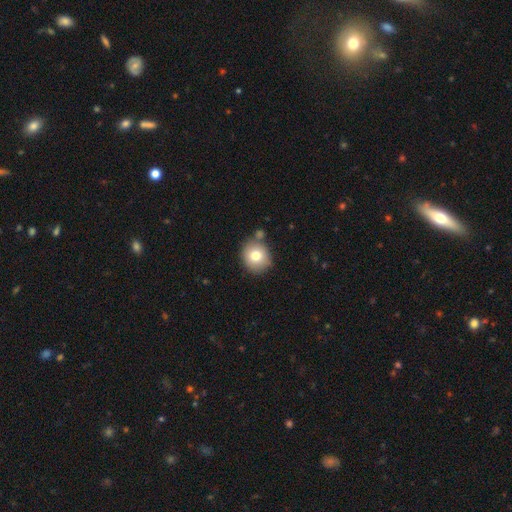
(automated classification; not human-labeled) Smooth or featured? Predicted: smooth (p=0.77). How rounded? Predicted: round (p=0.84). Merging? Predicted: none (p=0.73).